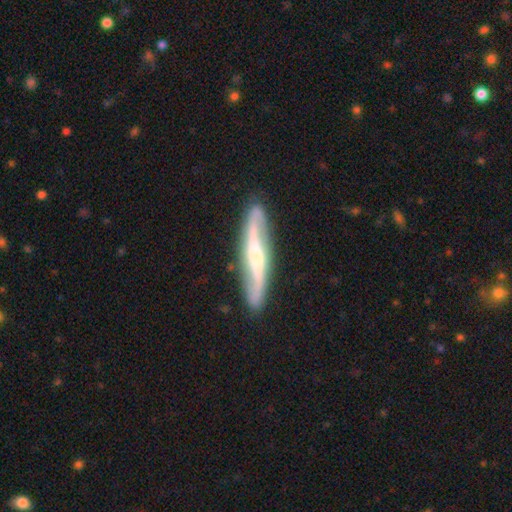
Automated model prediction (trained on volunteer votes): Morphology: type=featured or disk (77%); edge-on=no (61%); merging=none (85%).